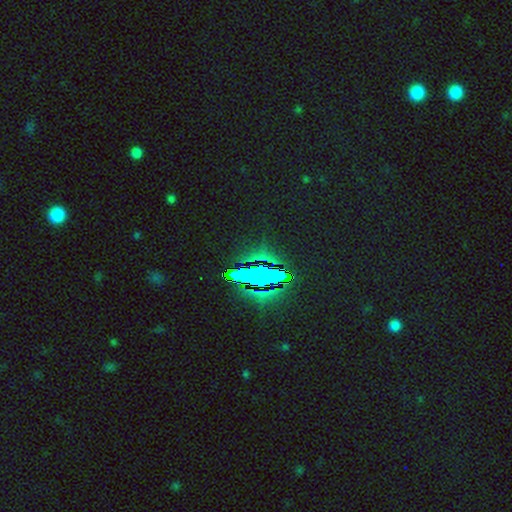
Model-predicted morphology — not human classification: The model was most divided on "smooth or featured": star or artifact: 84%, smooth: 9%, featured or disk: 7%.